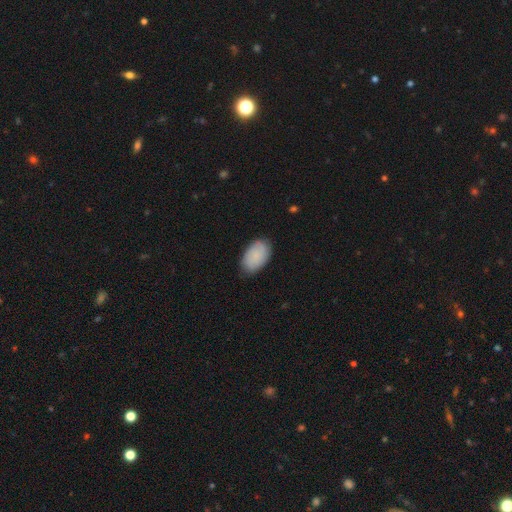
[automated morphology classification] Q: Smooth or featured?
A: smooth (82%); runner-up: featured or disk (12%)
Q: How rounded?
A: in between (92%); runner-up: round (7%)
Q: Merging?
A: none (80%); runner-up: minor disturbance (16%)